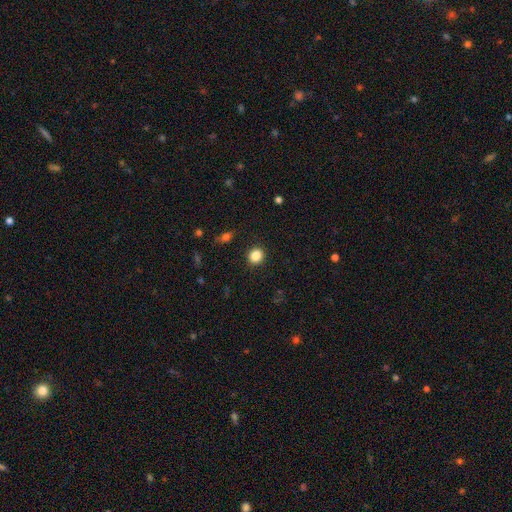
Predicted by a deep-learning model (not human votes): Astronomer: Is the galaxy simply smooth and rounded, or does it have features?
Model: smooth — 85%.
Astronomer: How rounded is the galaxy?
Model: round — 81%.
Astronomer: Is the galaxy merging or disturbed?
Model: none — 91%.